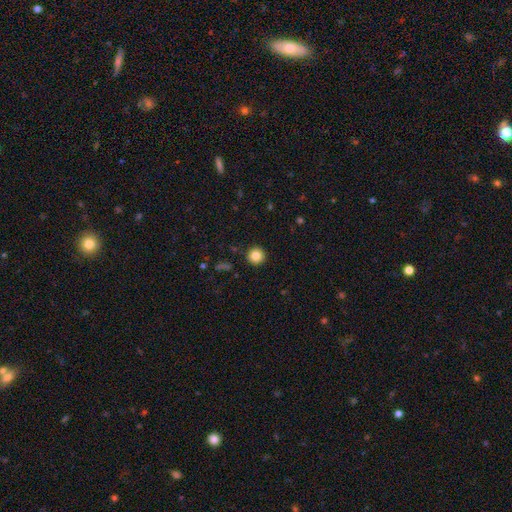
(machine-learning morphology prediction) This is clearly a smooth galaxy (84%). How rounded: clearly round (95%). Merging: clearly none (93%).